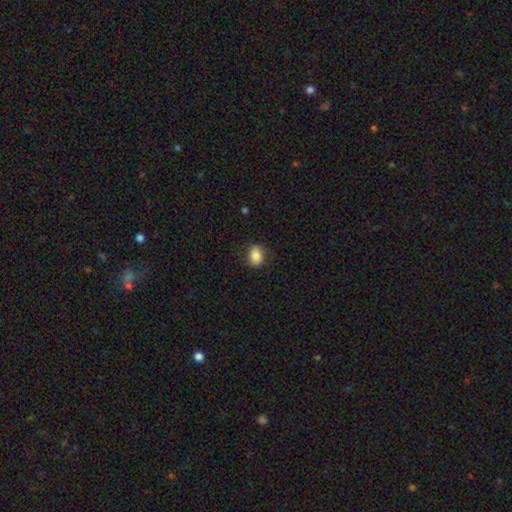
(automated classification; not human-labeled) Smooth or featured?
  - smooth: 83% *
  - featured or disk: 8%
  - star or artifact: 8%
How rounded?
  - in between: 64% *
  - round: 35%
  - cigar-shaped: 1%
Merging?
  - none: 78% *
  - minor disturbance: 17%
  - major disturbance: 5%
  - merger: 1%